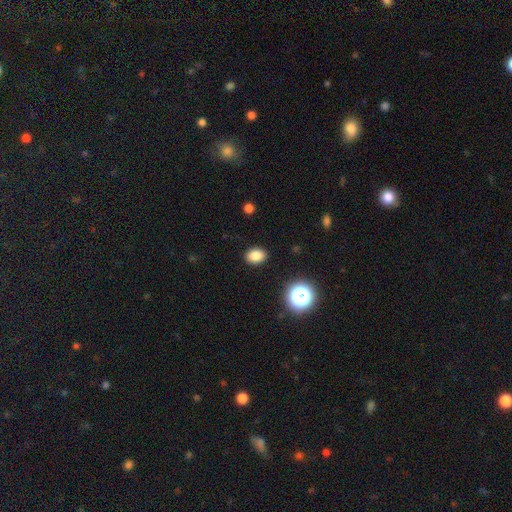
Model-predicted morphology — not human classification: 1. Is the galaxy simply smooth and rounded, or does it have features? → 83% smooth, 12% star or artifact, 5% featured or disk.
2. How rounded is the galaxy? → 72% in between, 27% round, 1% cigar-shaped.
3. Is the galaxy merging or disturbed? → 90% none, 7% minor disturbance, 2% major disturbance, 1% merger.